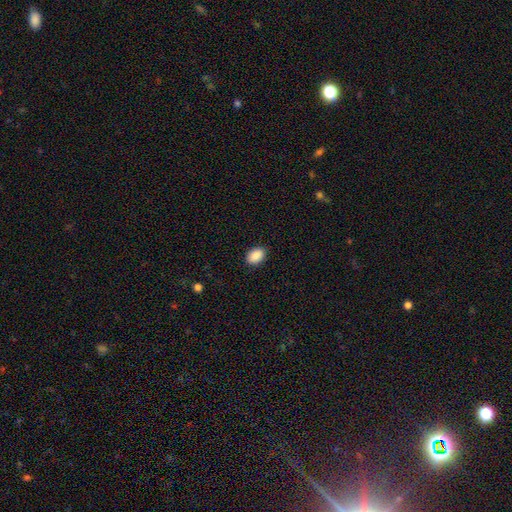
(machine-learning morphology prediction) smooth-or-featured: smooth: 90% | star or artifact: 7% | featured or disk: 3%
  how-rounded: in between: 81% | round: 17% | cigar-shaped: 1%
  merging: none: 88% | minor disturbance: 9% | major disturbance: 2% | merger: 1%